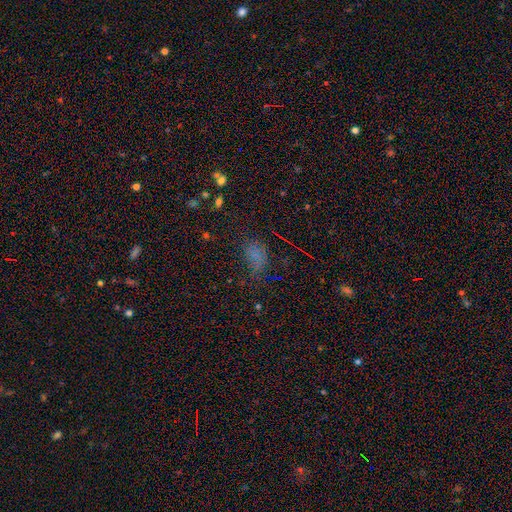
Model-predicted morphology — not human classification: smooth 54%, star or artifact 35%, featured or disk 11%. Down the decision tree: how rounded — in between (80%); merging — none (50%).